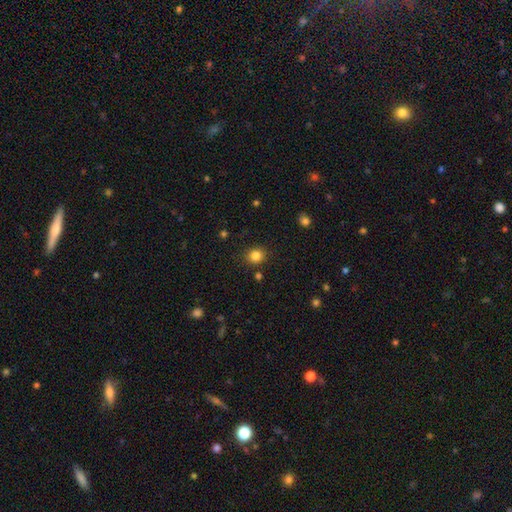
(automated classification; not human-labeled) A smooth galaxy with no disk features (83%) that is round (81%).

Vote fractions:
- Smooth or featured? smooth: 83% / star or artifact: 12% / featured or disk: 5%
- How rounded? round: 81% / in between: 19% / cigar-shaped: 1%
- Merging? none: 86% / minor disturbance: 8% / merger: 3% / major disturbance: 3%